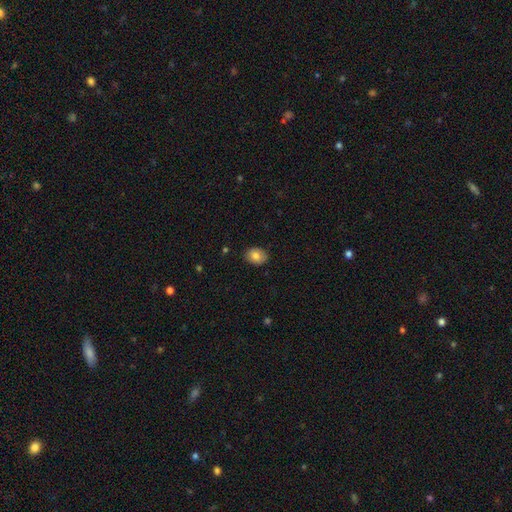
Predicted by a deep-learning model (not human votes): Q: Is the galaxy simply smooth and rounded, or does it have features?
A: smooth — 80%.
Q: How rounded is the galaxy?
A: in between — 65%.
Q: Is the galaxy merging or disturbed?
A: none — 87%.